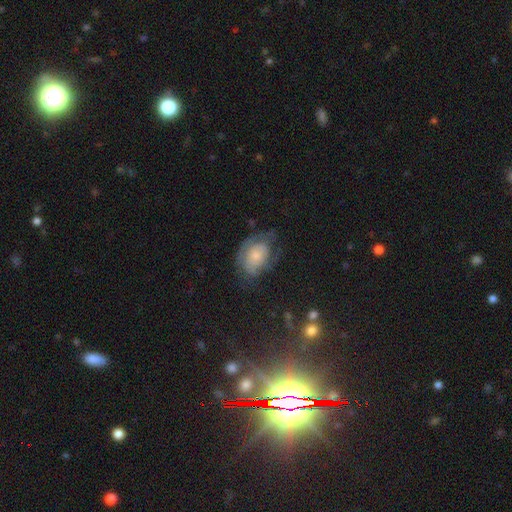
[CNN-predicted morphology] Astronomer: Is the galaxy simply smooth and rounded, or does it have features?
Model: featured or disk — 51% (runner-up: smooth, 40%).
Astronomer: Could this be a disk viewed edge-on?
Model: no — 96%.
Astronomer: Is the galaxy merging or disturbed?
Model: none — 51% (runner-up: minor disturbance, 26%).